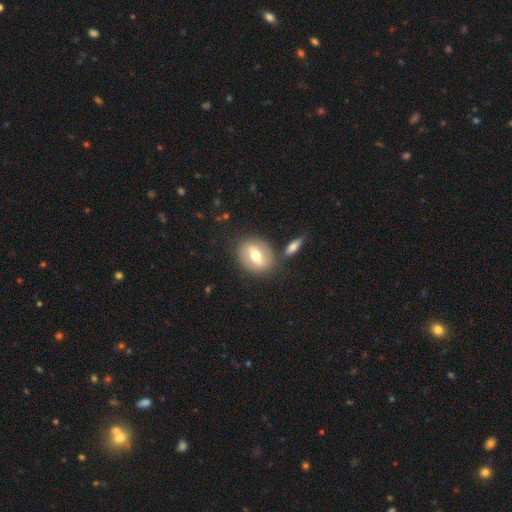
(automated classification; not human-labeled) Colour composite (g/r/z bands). It shows a featured or disk galaxy (48%). Merging: none (76%).